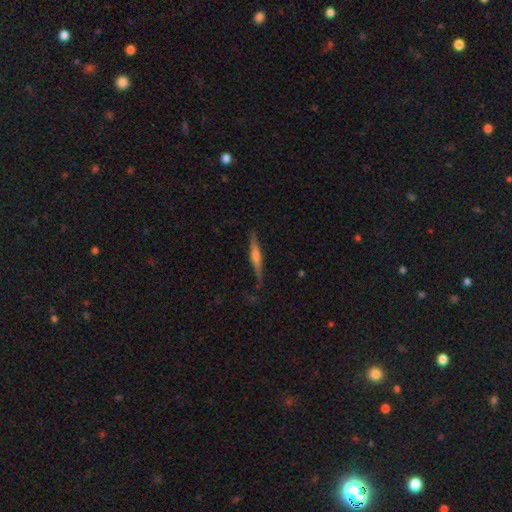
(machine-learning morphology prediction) smooth-or-featured: featured or disk: 72% | smooth: 22% | star or artifact: 6%
  disk-edge-on: yes: 97% | no: 3%
    edge-on-bulge: rounded: 77% | boxy: 12% | none: 11%
  merging: none: 83% | minor disturbance: 12% | major disturbance: 3% | merger: 2%